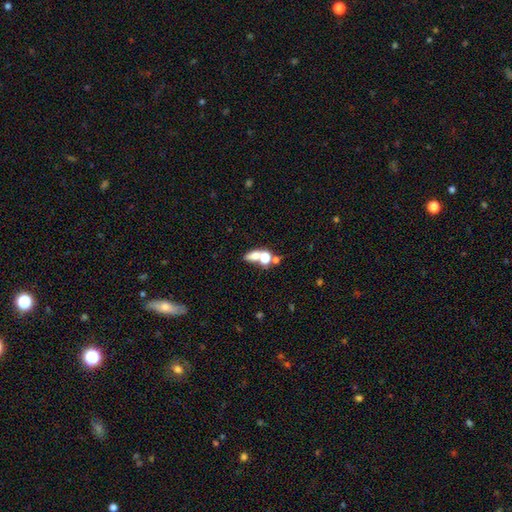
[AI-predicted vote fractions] Smooth or featured? smooth (63%)
How rounded? in between (60%)
Merging? merger (51%)